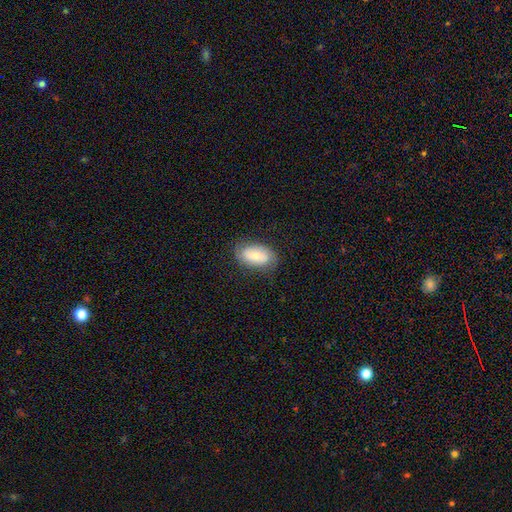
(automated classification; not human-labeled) smooth 64%, featured or disk 29%, star or artifact 7%. Down the decision tree: how rounded — in between (92%); merging — none (77%).